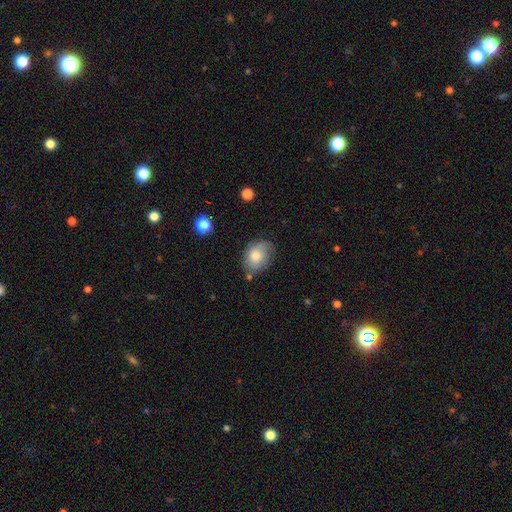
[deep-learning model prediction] This appears to be a smooth galaxy with no disk features (66%) that is in between round and cigar-shaped (64%). Merging: none (60%).